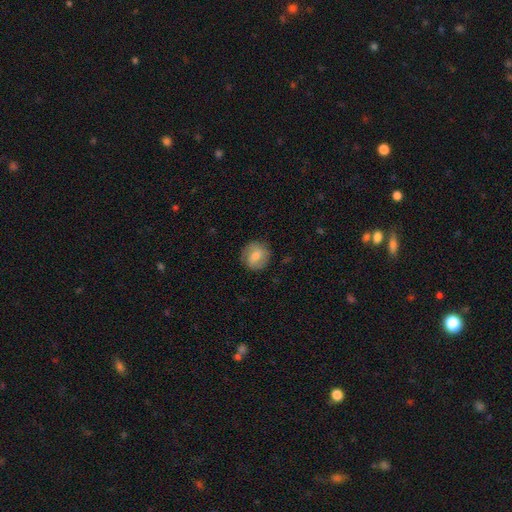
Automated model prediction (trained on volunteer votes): Smooth or featured: smooth — 60% (featured or disk — 33%)
How rounded: round — 84% (in between — 15%)
Merging: none — 83% (minor disturbance — 12%)